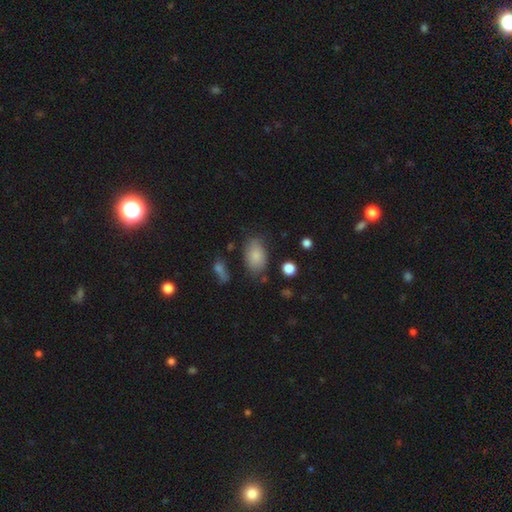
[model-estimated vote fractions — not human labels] Morphology: type=smooth (83%); roundness=in between (88%); merging=none (68%).